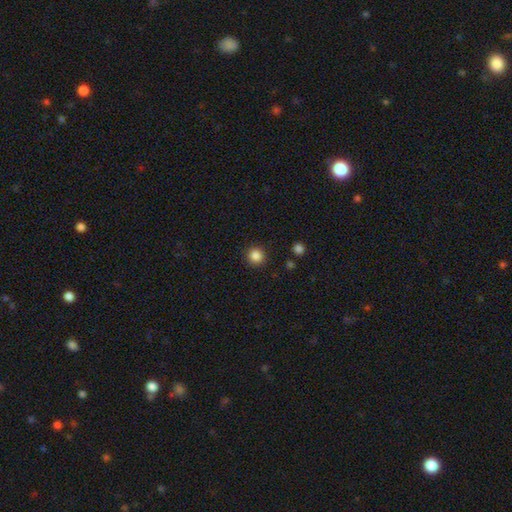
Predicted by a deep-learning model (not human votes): This is clearly a smooth galaxy (85%). How rounded: clearly round (94%). Merging: clearly none (92%).